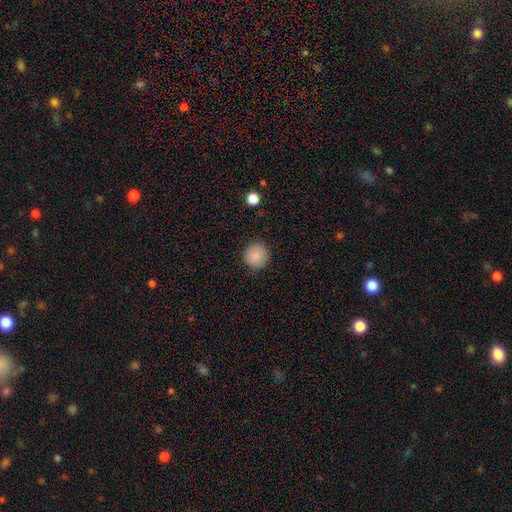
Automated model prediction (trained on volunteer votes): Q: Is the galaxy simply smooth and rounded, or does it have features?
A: smooth — 87%.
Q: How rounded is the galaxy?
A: round — 94%.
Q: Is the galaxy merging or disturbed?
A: none — 89%.